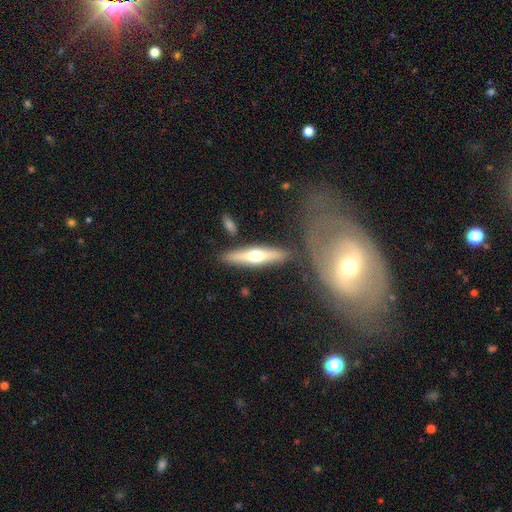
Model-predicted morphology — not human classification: smooth-or-featured: featured or disk: 50% | smooth: 44% | star or artifact: 6%
  merging: none: 82% | minor disturbance: 10% | merger: 5% | major disturbance: 3%